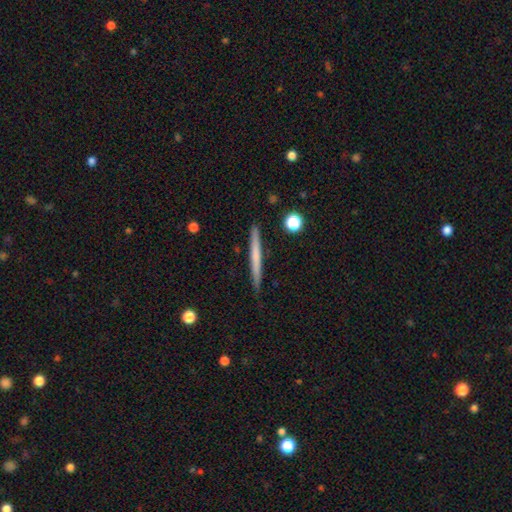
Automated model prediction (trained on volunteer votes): Smooth or featured: smooth — 54% (featured or disk — 40%)
How rounded: cigar-shaped — 97% (in between — 2%)
Merging: none — 90% (minor disturbance — 7%)